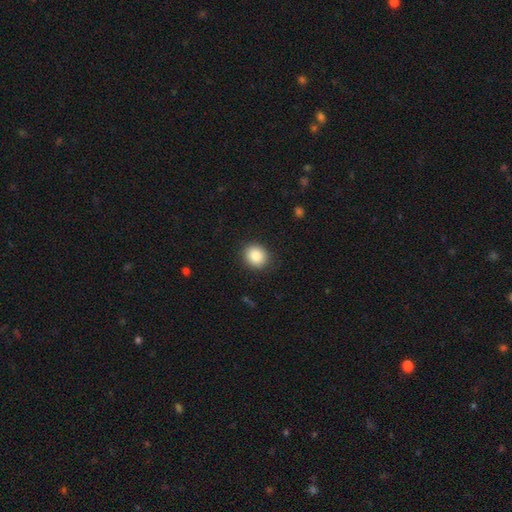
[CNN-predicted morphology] Overall: smooth (86%). How rounded: round (80%). Merging: none (89%).